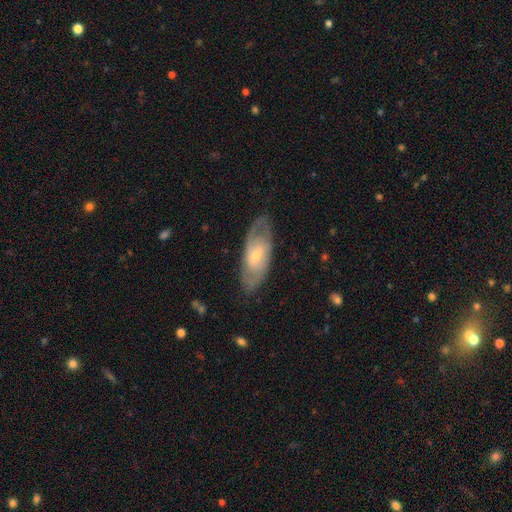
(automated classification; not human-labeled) Overall: featured or disk (68%). Edge-on disk: no (86%). Bar: weak (47%; no 39%). Spiral arms: yes (79%). Bulge size: small (53%; moderate 40%). Merging: none (77%).